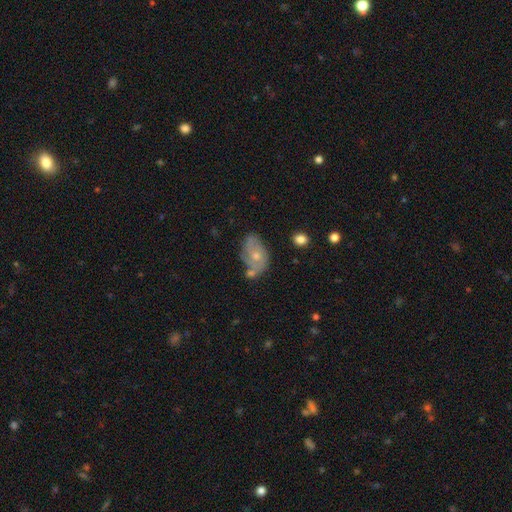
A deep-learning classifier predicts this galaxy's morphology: Smooth or featured? featured or disk (57%)
Edge-on disk? no (95%)
Bar? no (80%)
Spiral arms? yes (70%)
Bulge size? small (49%)
Merging? none (50%)